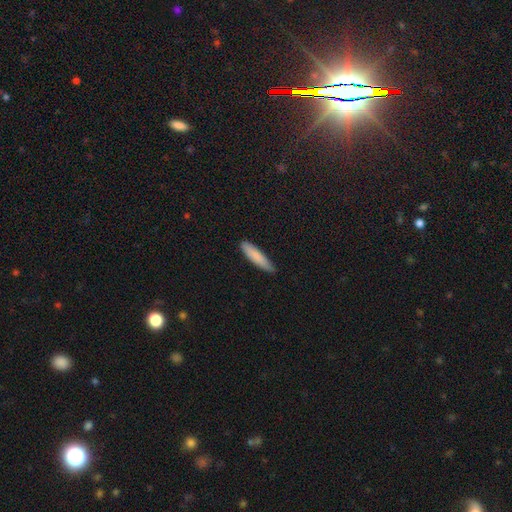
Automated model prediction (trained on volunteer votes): Morphology: type=smooth (83%); roundness=cigar-shaped (83%); merging=none (83%).